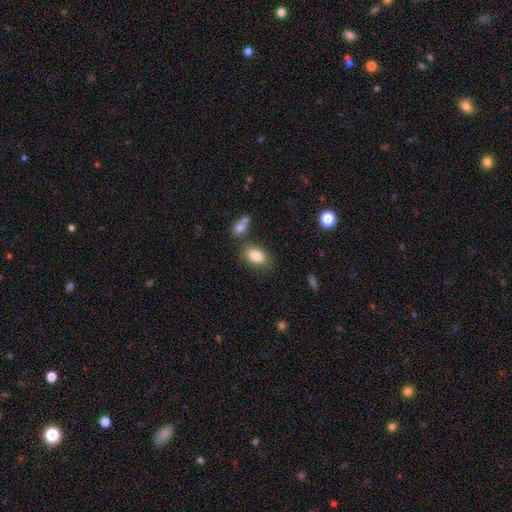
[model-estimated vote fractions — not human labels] The model was most divided on "merging": none: 70%, minor disturbance: 15%, merger: 11%, major disturbance: 4%. More confident: how rounded — in between (89%); smooth or featured — smooth (83%).